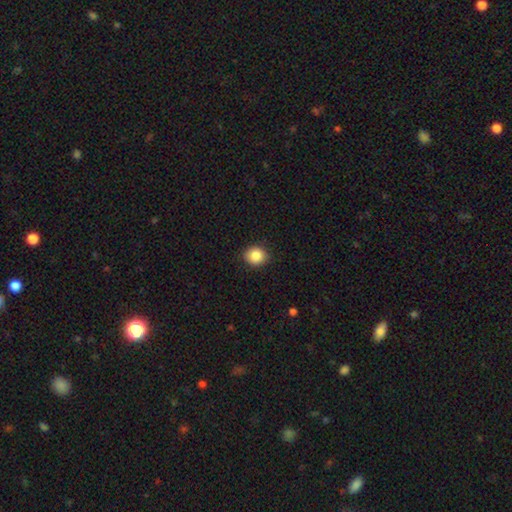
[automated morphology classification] Q: Smooth or featured?
A: smooth (86%); runner-up: star or artifact (9%)
Q: How rounded?
A: round (74%); runner-up: in between (25%)
Q: Merging?
A: none (89%); runner-up: minor disturbance (8%)